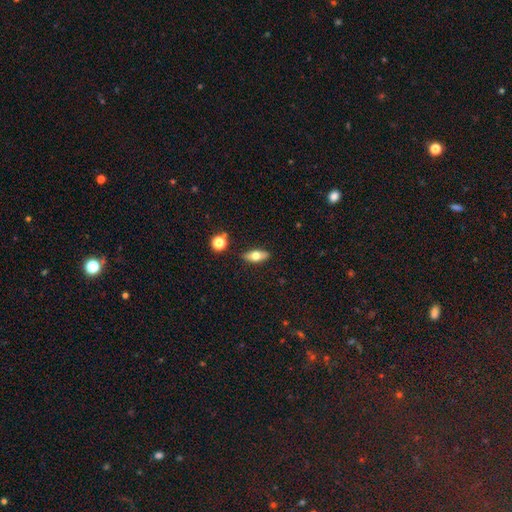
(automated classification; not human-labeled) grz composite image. It shows a smooth galaxy with no disk features (62%) that is in between round and cigar-shaped (75%). Merging: none (87%).